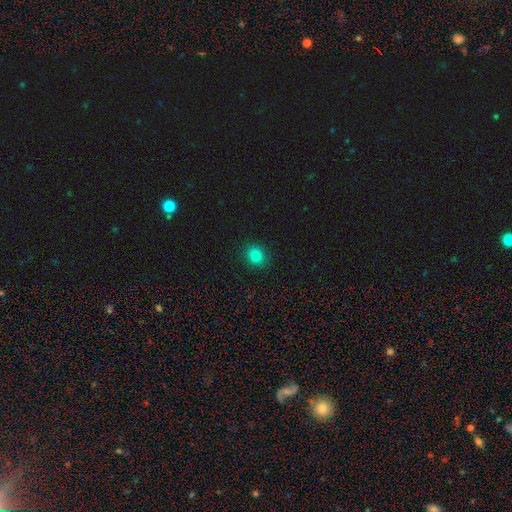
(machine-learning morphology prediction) This is clearly a smooth galaxy (82%). How rounded: likely round (65%). Merging: clearly none (90%).